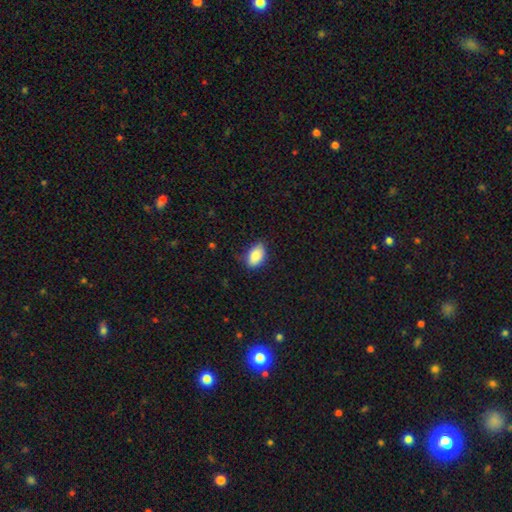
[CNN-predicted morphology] The model was most divided on "merging": none: 74%, minor disturbance: 21%, major disturbance: 4%, merger: 1%. More confident: how rounded — in between (91%); smooth or featured — smooth (88%).